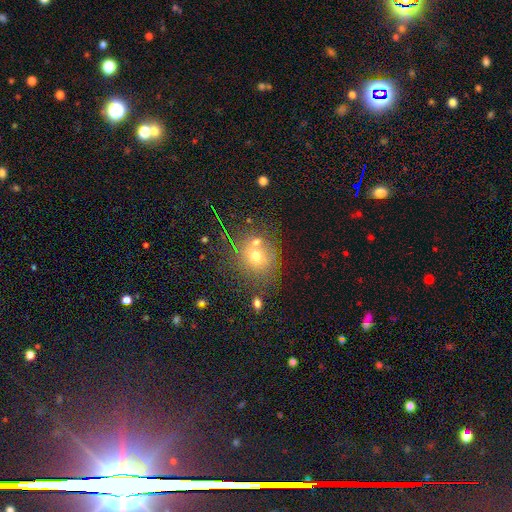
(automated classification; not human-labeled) A smooth galaxy with no disk features (63%) that is round (78%).

Vote fractions:
- Smooth or featured? smooth: 63% / star or artifact: 21% / featured or disk: 16%
- How rounded? round: 78% / in between: 21% / cigar-shaped: 1%
- Merging? none: 63% / merger: 20% / minor disturbance: 12% / major disturbance: 6%